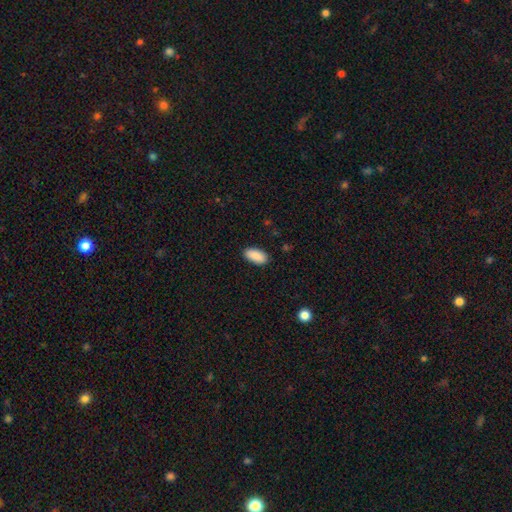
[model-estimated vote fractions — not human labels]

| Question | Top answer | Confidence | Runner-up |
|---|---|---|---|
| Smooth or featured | smooth | 90% | star or artifact (7%) |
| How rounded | in between | 94% | cigar-shaped (4%) |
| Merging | none | 89% | minor disturbance (8%) |